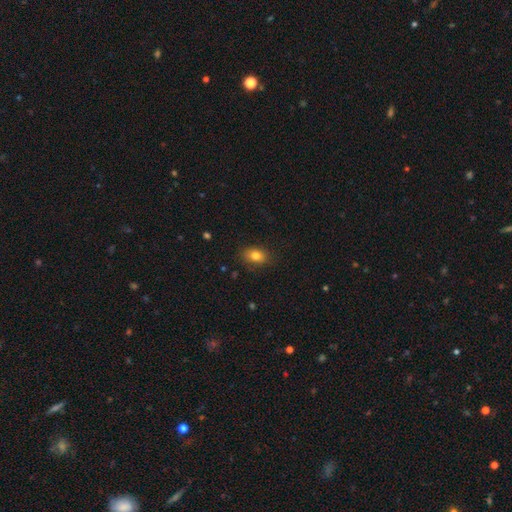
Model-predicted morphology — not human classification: smooth-or-featured: smooth: 81% | star or artifact: 10% | featured or disk: 9%
  how-rounded: in between: 74% | round: 25% | cigar-shaped: 1%
  merging: none: 81% | minor disturbance: 15% | major disturbance: 3% | merger: 1%